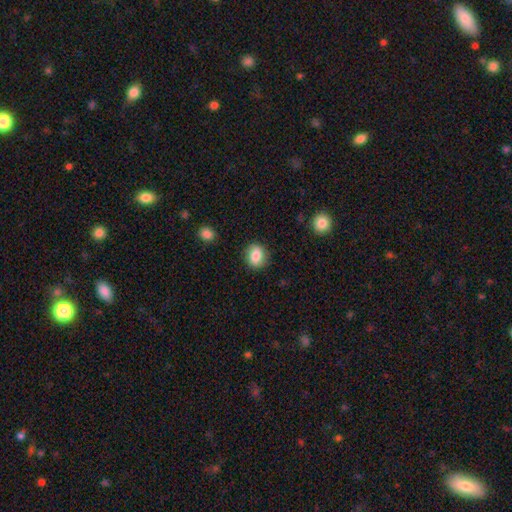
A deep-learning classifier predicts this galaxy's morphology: type=smooth (82%); roundness=round (62%); merging=none (86%).